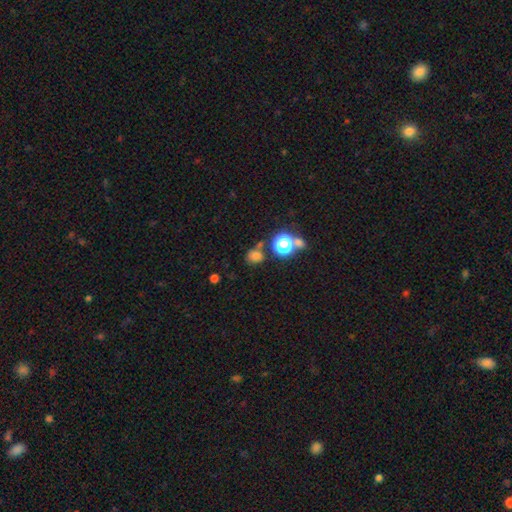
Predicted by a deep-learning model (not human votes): This is likely a smooth galaxy (70%). How rounded: likely round (75%). Merging: likely none (66%).